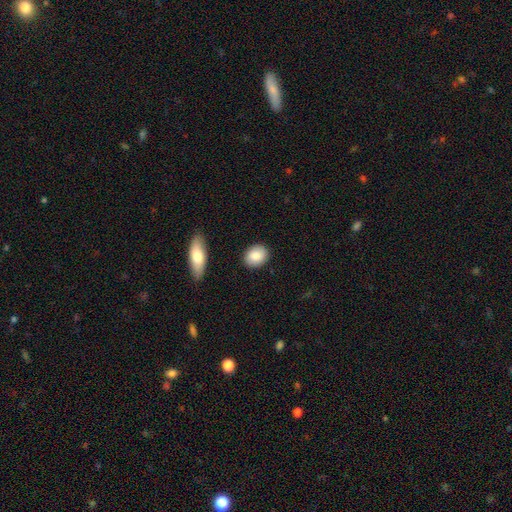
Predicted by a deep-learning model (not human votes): smooth 85%, featured or disk 9%, star or artifact 7%. Down the decision tree: how rounded — in between (51%); merging — none (88%).